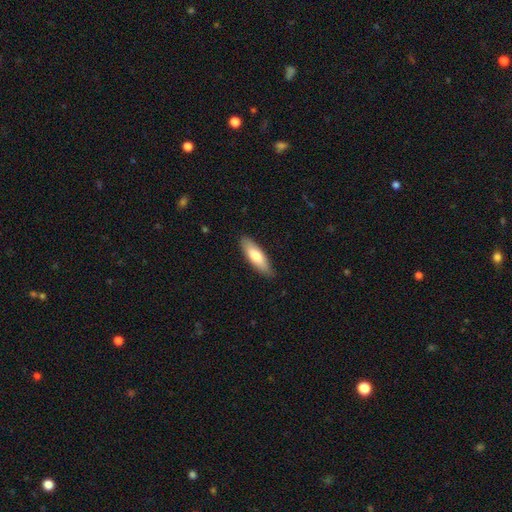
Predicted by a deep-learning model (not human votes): Overall: smooth (75%). How rounded: in between (52%; cigar-shaped 47%). Merging: none (86%).